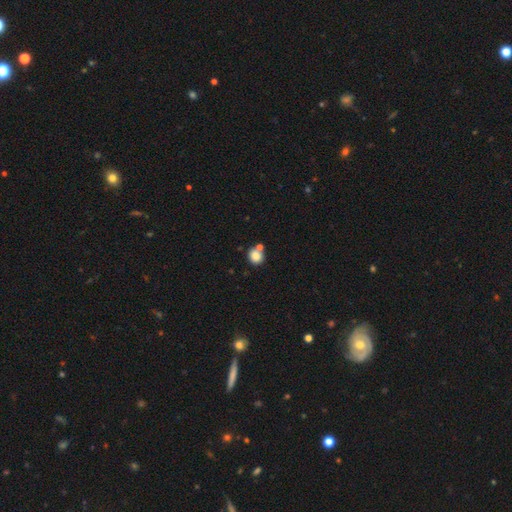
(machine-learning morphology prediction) Q: Smooth or featured?
A: smooth (83%); runner-up: star or artifact (10%)
Q: How rounded?
A: round (75%); runner-up: in between (24%)
Q: Merging?
A: none (59%); runner-up: merger (27%)